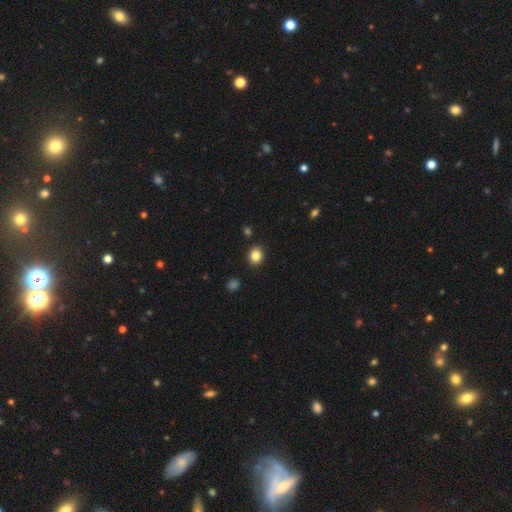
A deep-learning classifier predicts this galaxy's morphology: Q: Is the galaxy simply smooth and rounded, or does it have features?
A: smooth — 84%.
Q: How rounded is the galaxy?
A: round — 68%.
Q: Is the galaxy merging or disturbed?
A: none — 89%.